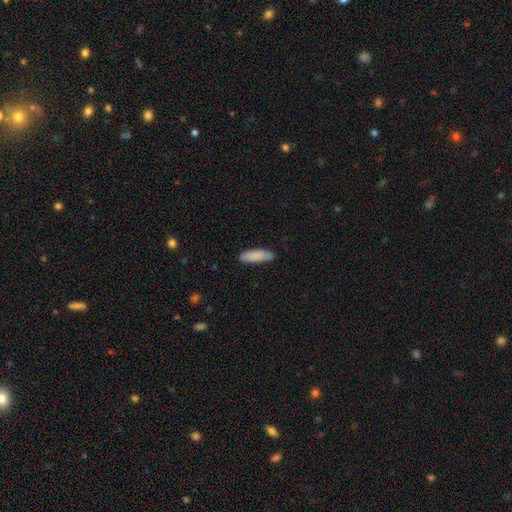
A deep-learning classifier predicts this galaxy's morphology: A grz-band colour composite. It shows a smooth galaxy with no disk features (86%) that is in between round and cigar-shaped (50%). Merging: none (78%).